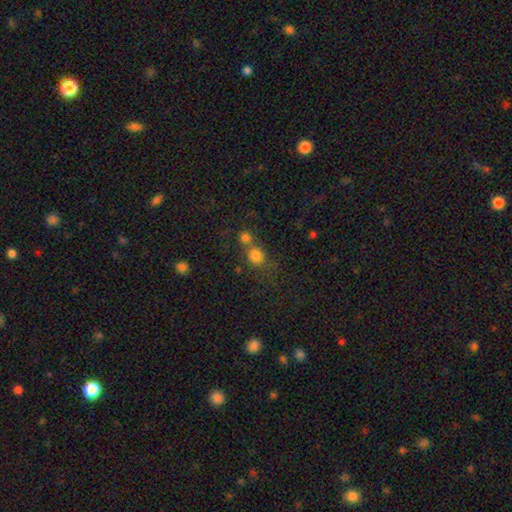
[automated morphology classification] type=smooth (77%); roundness=round (81%); merging=none (47%).